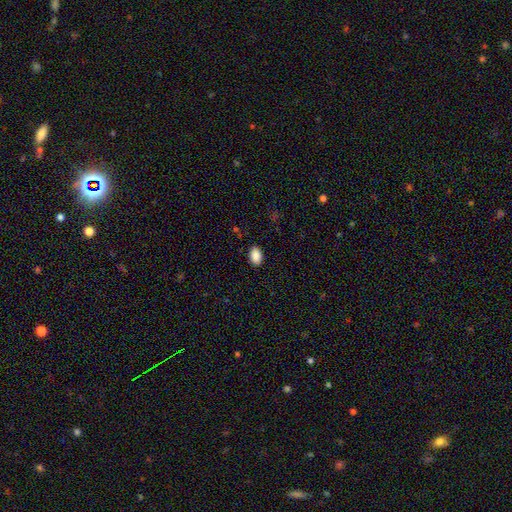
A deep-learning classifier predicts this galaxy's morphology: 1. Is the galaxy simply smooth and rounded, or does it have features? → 89% smooth, 8% star or artifact, 3% featured or disk.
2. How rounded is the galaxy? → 87% in between, 12% round, 1% cigar-shaped.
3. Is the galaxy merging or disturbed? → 89% none, 8% minor disturbance, 2% major disturbance, 1% merger.